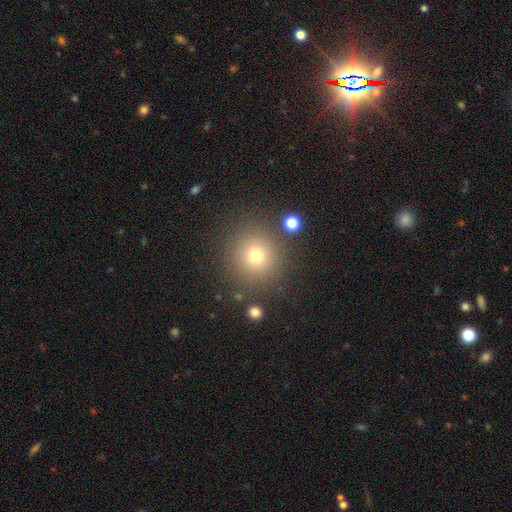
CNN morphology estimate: Smooth or featured? smooth (70%)
How rounded? round (94%)
Merging? none (87%)